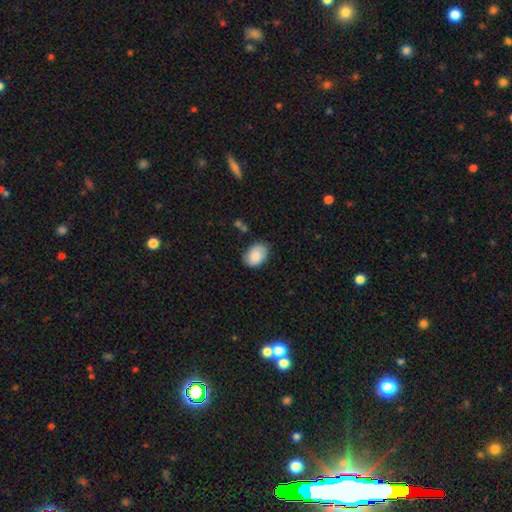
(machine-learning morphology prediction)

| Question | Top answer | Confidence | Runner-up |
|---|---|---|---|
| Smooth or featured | smooth | 85% | featured or disk (8%) |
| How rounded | in between | 80% | round (19%) |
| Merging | none | 75% | minor disturbance (19%) |